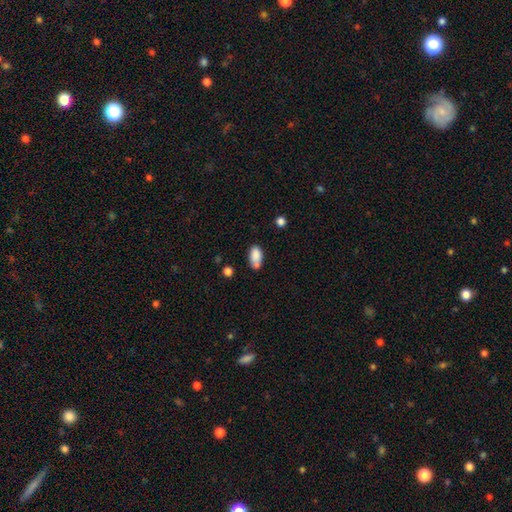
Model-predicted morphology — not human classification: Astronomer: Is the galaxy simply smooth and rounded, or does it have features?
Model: smooth — 83%.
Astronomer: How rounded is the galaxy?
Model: in between — 91%.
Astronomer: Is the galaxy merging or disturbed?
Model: none — 49%.